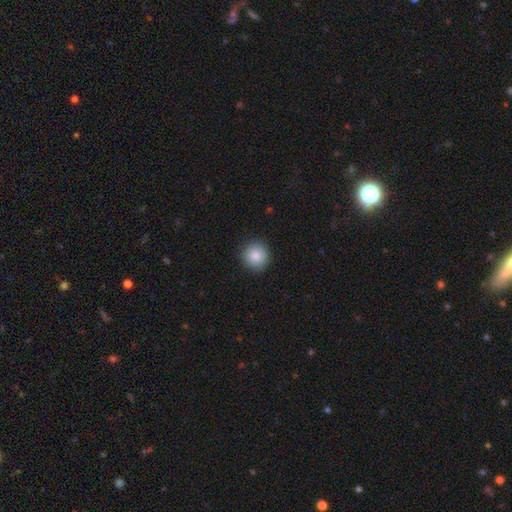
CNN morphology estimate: This appears to be a smooth galaxy with no disk features (86%) that is round (93%). Merging: none (89%).